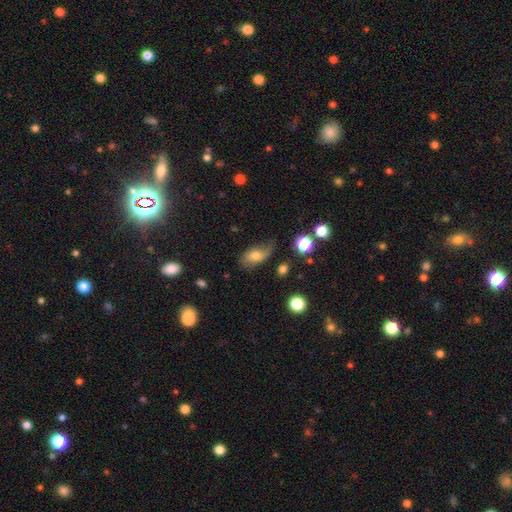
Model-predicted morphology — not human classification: A smooth galaxy with no disk features (61%) that is in between round and cigar-shaped (87%).

Vote fractions:
- Smooth or featured? smooth: 61% / featured or disk: 28% / star or artifact: 11%
- How rounded? in between: 87% / round: 9% / cigar-shaped: 4%
- Merging? none: 46% / minor disturbance: 32% / major disturbance: 19% / merger: 3%